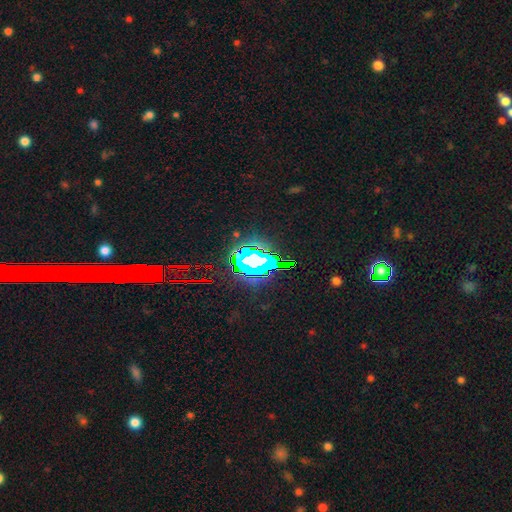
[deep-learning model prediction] Overall: star or artifact (77%).